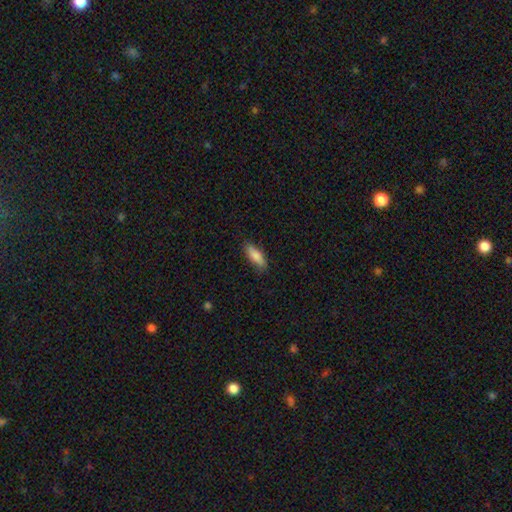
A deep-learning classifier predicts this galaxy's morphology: Smooth or featured? smooth (85%)
How rounded? in between (61%)
Merging? none (83%)